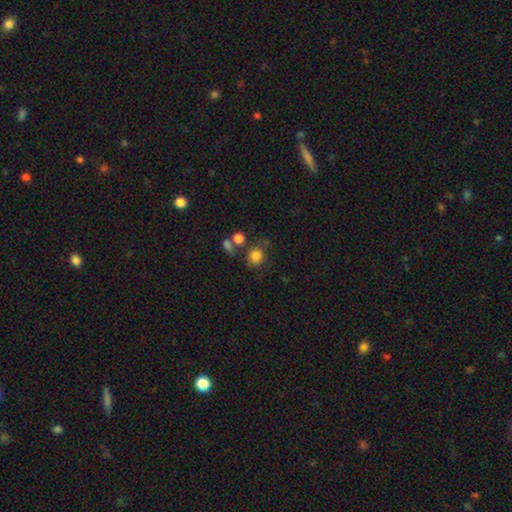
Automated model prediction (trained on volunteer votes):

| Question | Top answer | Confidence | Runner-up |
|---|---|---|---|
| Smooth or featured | smooth | 81% | star or artifact (12%) |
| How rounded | round | 83% | in between (16%) |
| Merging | none | 67% | merger (14%) |